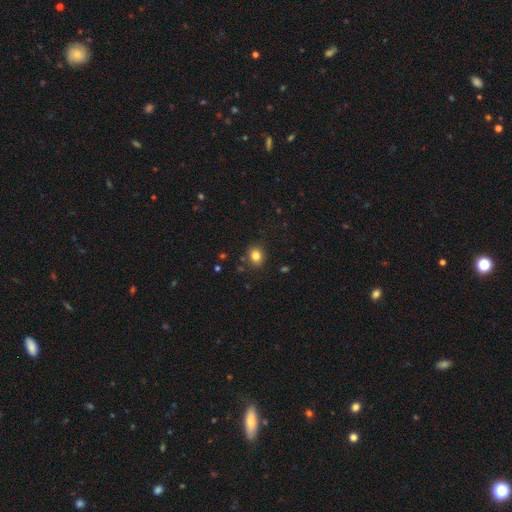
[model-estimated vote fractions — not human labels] A smooth galaxy with no disk features (81%) that is round (65%). Merging: none (86%).